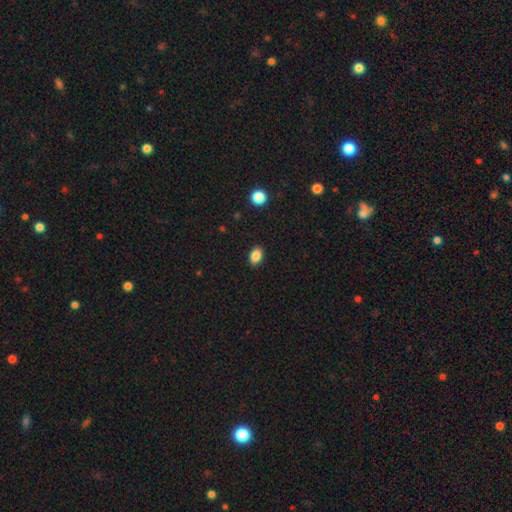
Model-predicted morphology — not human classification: This appears to be a smooth galaxy with no disk features (86%) that is in between round and cigar-shaped (81%). Merging: none (89%).